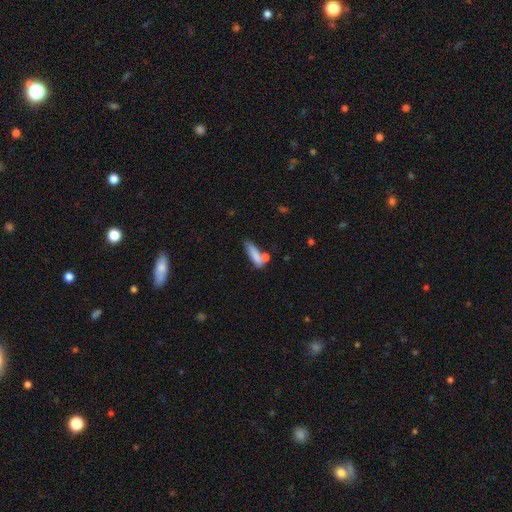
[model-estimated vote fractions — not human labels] Smooth or featured? smooth (78%)
How rounded? cigar-shaped (56%)
Merging? none (45%)